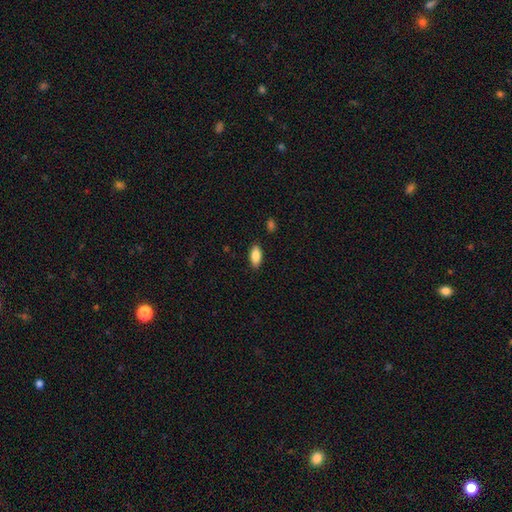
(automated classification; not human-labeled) smooth_or_featured: smooth (p=0.85) [alt: featured or disk p=0.08]
how_rounded: in between (p=0.87) [alt: cigar-shaped p=0.10]
merging: none (p=0.87) [alt: minor disturbance p=0.09]